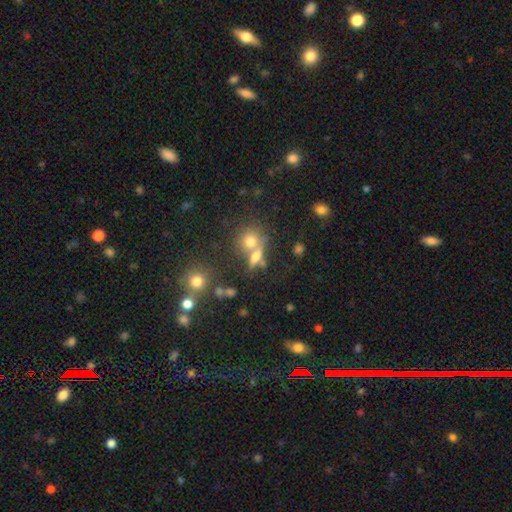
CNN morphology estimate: type=smooth (64%); roundness=round (50%); merging=none (46%).